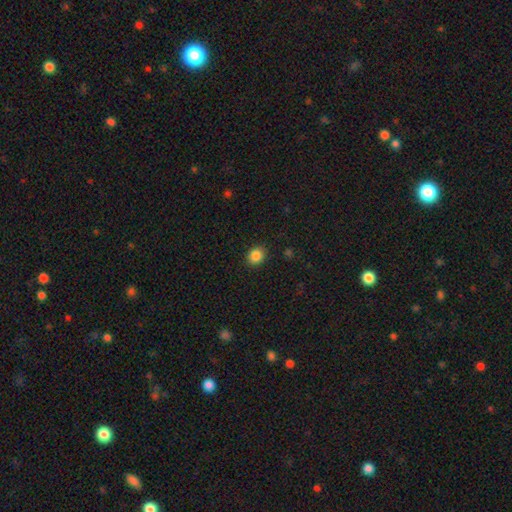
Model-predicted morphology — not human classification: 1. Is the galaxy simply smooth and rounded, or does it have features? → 86% smooth, 10% star or artifact, 4% featured or disk.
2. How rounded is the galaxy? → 72% round, 28% in between, 1% cigar-shaped.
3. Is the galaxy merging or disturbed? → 90% none, 7% minor disturbance, 2% major disturbance, 1% merger.